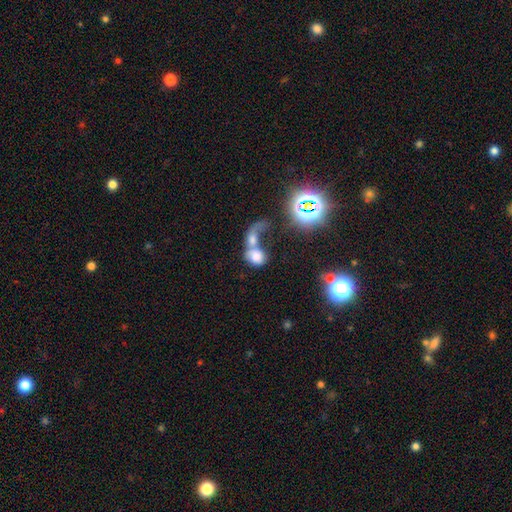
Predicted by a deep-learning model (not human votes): A smooth galaxy with no disk features (64%) that is in between round and cigar-shaped (53%). Merging: merger (71%).